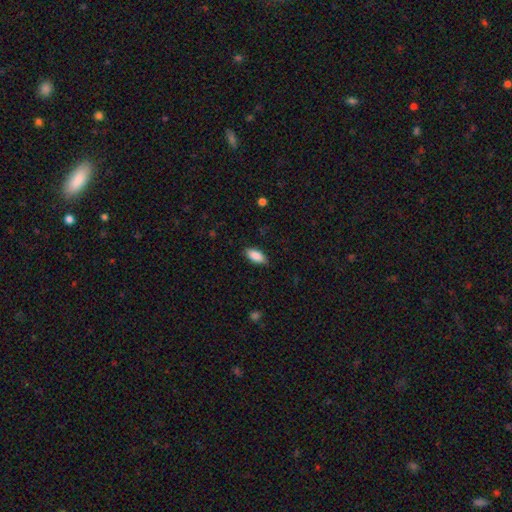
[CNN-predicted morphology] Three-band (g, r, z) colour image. It shows a smooth galaxy with no disk features (87%) that is in between round and cigar-shaped (88%). Merging: none (84%).